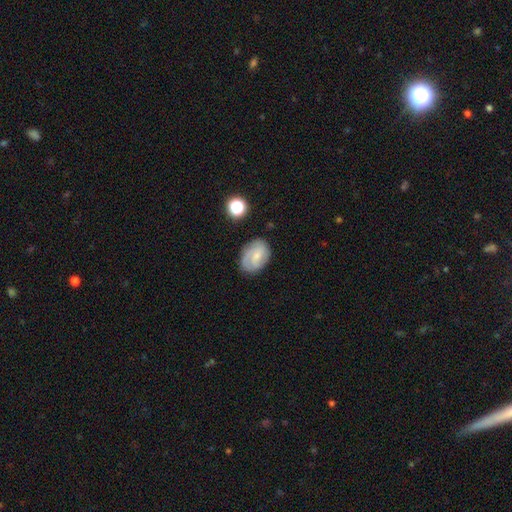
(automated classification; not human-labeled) smooth_or_featured: featured or disk (p=0.51) [alt: smooth p=0.41]
disk_edge_on: no (p=0.97) [alt: yes p=0.03]
merging: none (p=0.71) [alt: minor disturbance p=0.20]